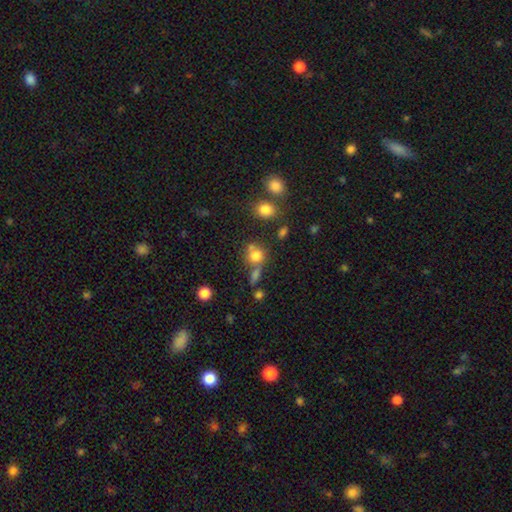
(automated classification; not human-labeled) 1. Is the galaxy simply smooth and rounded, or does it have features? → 76% smooth, 14% star or artifact, 10% featured or disk.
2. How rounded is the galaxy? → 78% round, 20% in between, 2% cigar-shaped.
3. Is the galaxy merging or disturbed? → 51% none, 29% merger, 13% minor disturbance, 6% major disturbance.